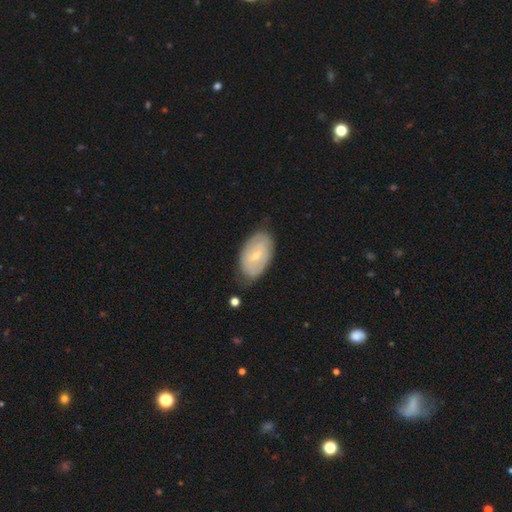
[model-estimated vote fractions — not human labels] Overall: featured or disk (56%; smooth 38%). Edge-on disk: no (93%). Bar: no (45%; weak 42%). Spiral arms: yes (58%; no 42%). Bulge size: small (70%). Merging: none (72%).